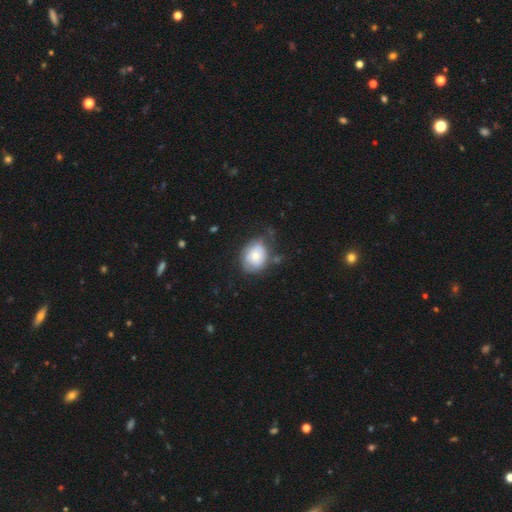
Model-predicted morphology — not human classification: A smooth galaxy with no disk features (55%) that is in between round and cigar-shaped (51%). Merging: none (49%).